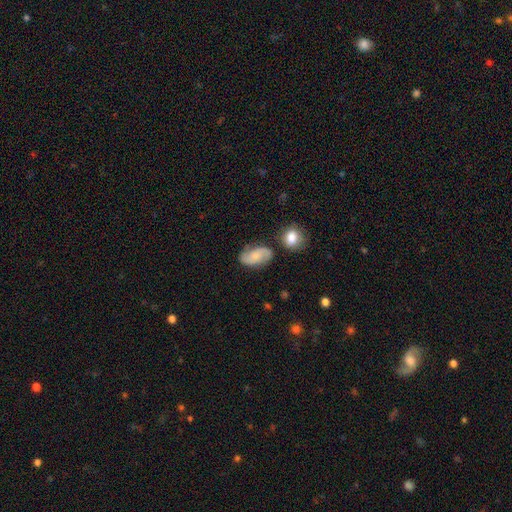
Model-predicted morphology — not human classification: Smooth or featured? Predicted: featured or disk (p=0.53). Edge-on disk? Predicted: no (p=0.96). Bar? Predicted: no (p=0.64). Spiral arms? Predicted: yes (p=0.91). Bulge size? Predicted: small (p=0.39). Merging? Predicted: none (p=0.68).